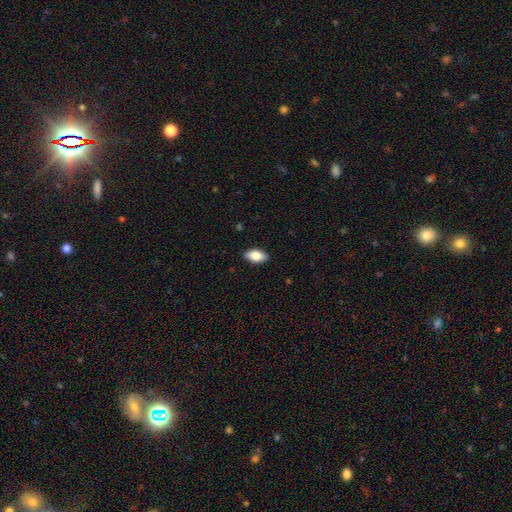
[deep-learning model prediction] This appears to be a smooth galaxy with no disk features (82%) that is in between round and cigar-shaped (91%). Merging: none (89%).